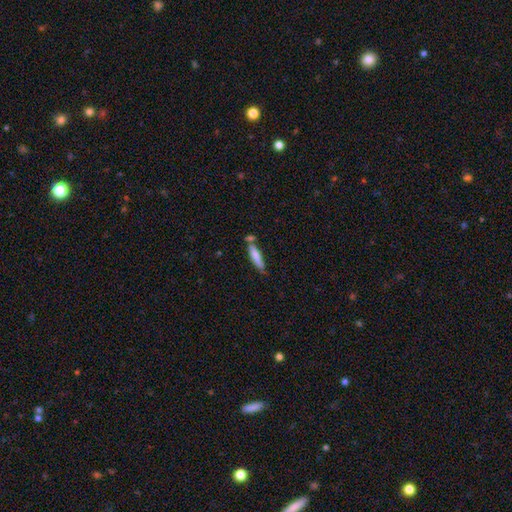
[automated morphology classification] Q: Smooth or featured?
A: smooth (76%); runner-up: featured or disk (17%)
Q: How rounded?
A: cigar-shaped (80%); runner-up: in between (18%)
Q: Merging?
A: none (60%); runner-up: minor disturbance (19%)